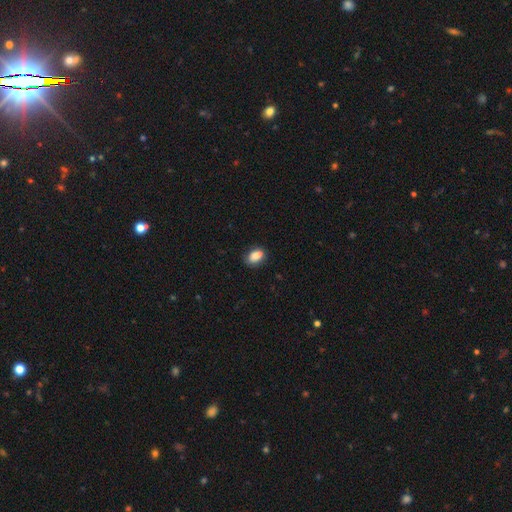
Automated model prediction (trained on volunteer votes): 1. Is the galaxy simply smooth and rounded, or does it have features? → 86% smooth, 8% star or artifact, 5% featured or disk.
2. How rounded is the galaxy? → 86% in between, 12% round, 2% cigar-shaped.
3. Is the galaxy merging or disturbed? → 75% none, 19% minor disturbance, 4% major disturbance, 2% merger.